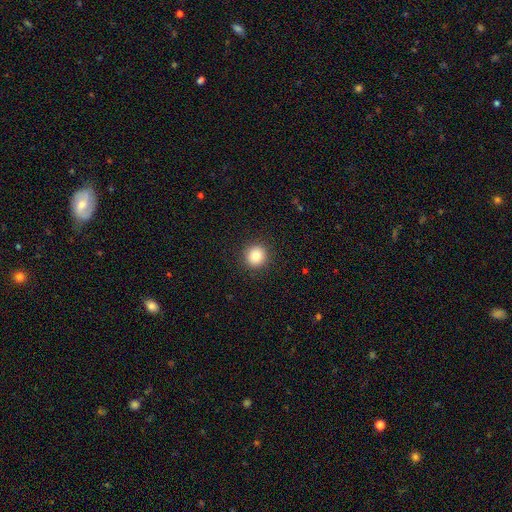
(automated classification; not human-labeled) Q: Smooth or featured?
A: smooth (84%); runner-up: star or artifact (10%)
Q: How rounded?
A: round (91%); runner-up: in between (8%)
Q: Merging?
A: none (91%); runner-up: minor disturbance (6%)